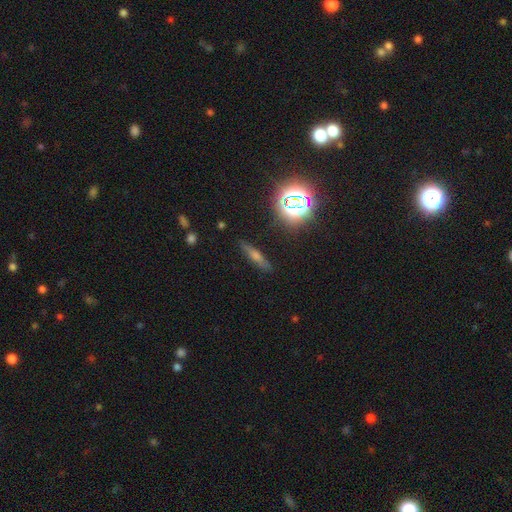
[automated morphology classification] The model was most divided on "smooth or featured": featured or disk: 41%, smooth: 39%, star or artifact: 20%. More confident: merging — none (88%).